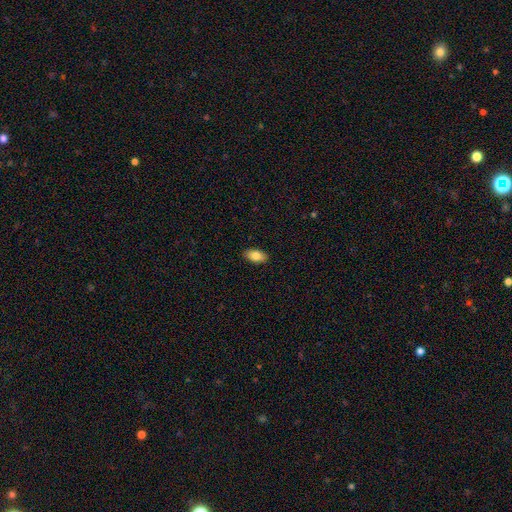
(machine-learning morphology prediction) type=smooth (83%); roundness=in between (92%); merging=none (90%).